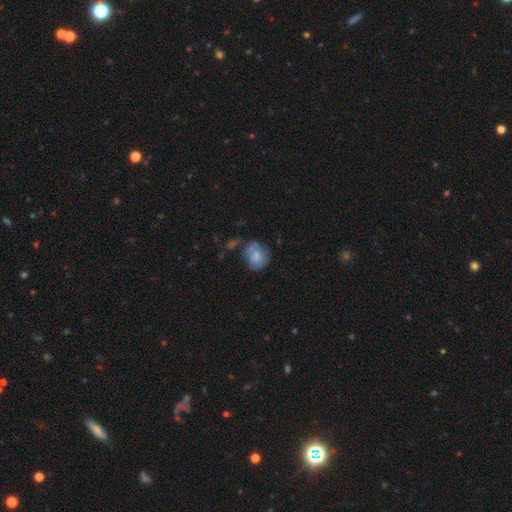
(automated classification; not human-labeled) Smooth or featured? smooth (59%)
How rounded? round (65%)
Merging? none (44%)